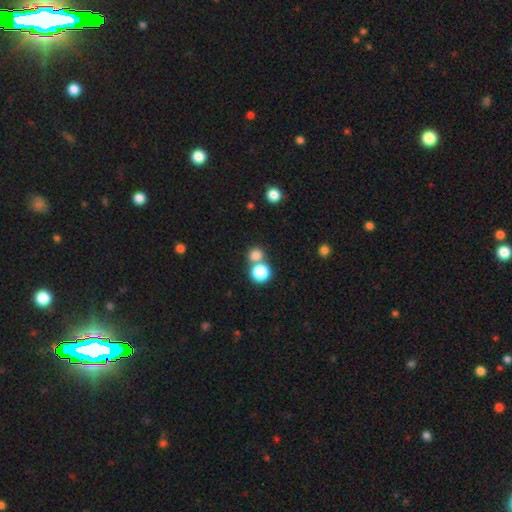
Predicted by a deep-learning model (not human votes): Smooth or featured? Predicted: smooth (p=0.78). How rounded? Predicted: round (p=0.84). Merging? Predicted: none (p=0.54).